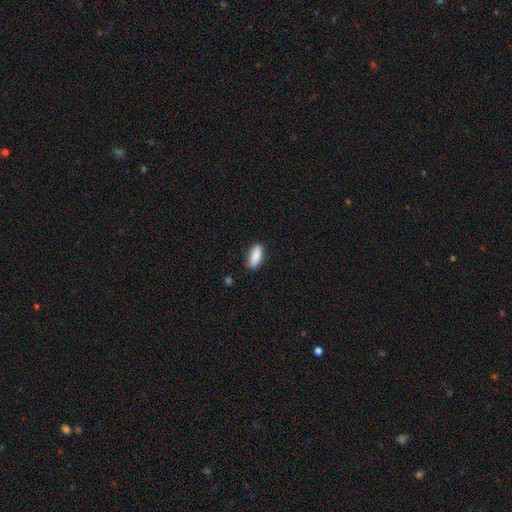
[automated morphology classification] A smooth galaxy with no disk features (88%) that is in between round and cigar-shaped (77%).

Vote fractions:
- Smooth or featured? smooth: 88% / star or artifact: 6% / featured or disk: 6%
- How rounded? in between: 77% / cigar-shaped: 21% / round: 2%
- Merging? none: 84% / minor disturbance: 12% / major disturbance: 2% / merger: 1%